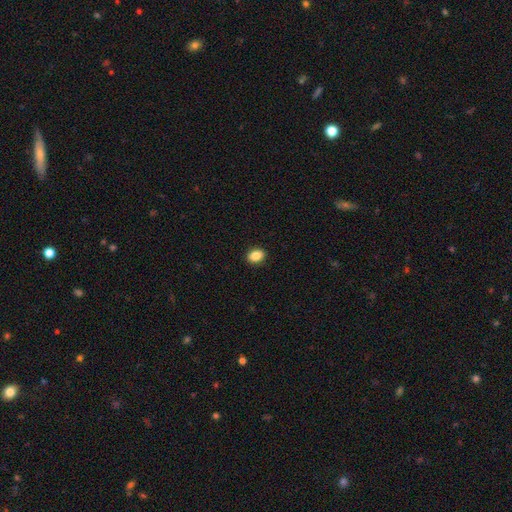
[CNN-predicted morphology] smooth 87%, star or artifact 9%, featured or disk 4%. Down the decision tree: how rounded — in between (65%); merging — none (90%).